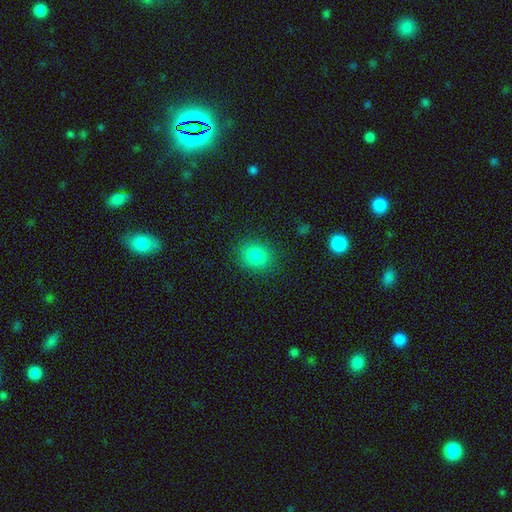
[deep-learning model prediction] Overall: smooth (85%). How rounded: round (66%; in between 33%). Merging: none (87%).